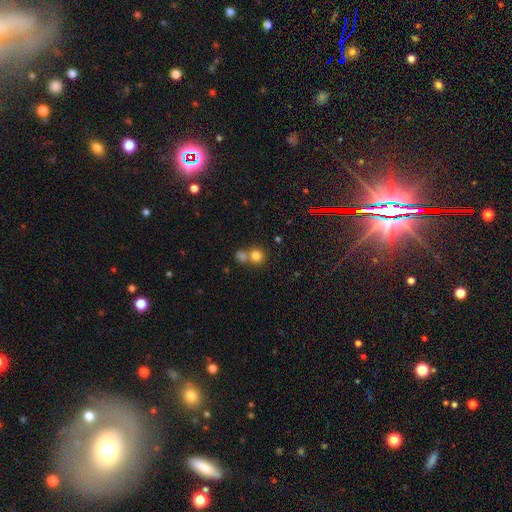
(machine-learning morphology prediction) Smooth or featured?
  - smooth: 80% *
  - star or artifact: 13%
  - featured or disk: 7%
How rounded?
  - round: 88% *
  - in between: 11%
  - cigar-shaped: 1%
Merging?
  - none: 53% *
  - merger: 37%
  - minor disturbance: 7%
  - major disturbance: 3%